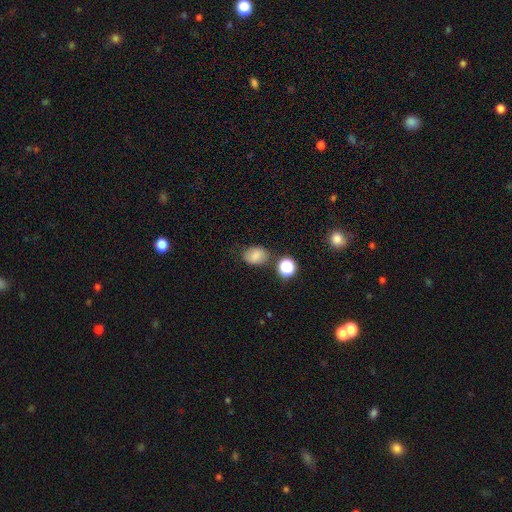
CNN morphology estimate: smooth 79%, star or artifact 13%, featured or disk 8%. Down the decision tree: how rounded — in between (64%); merging — none (74%).